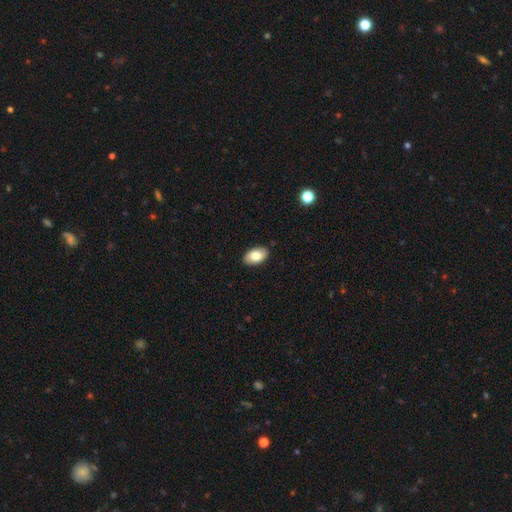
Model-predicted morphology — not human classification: The model was most divided on "smooth or featured": smooth: 81%, featured or disk: 12%, star or artifact: 7%. More confident: how rounded — in between (94%); merging — none (89%).